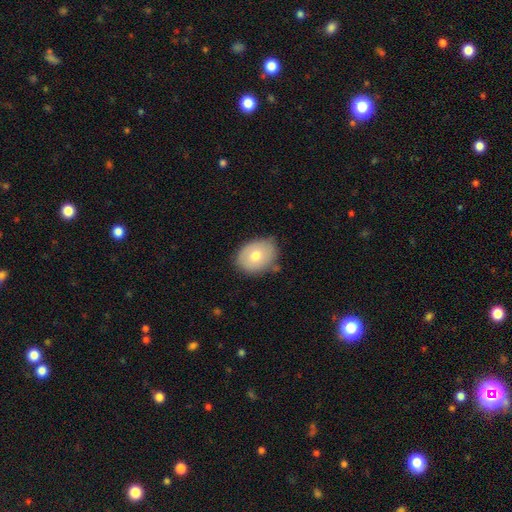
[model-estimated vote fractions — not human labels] Smooth or featured? Predicted: smooth (p=0.70). How rounded? Predicted: in between (p=0.58). Merging? Predicted: none (p=0.73).